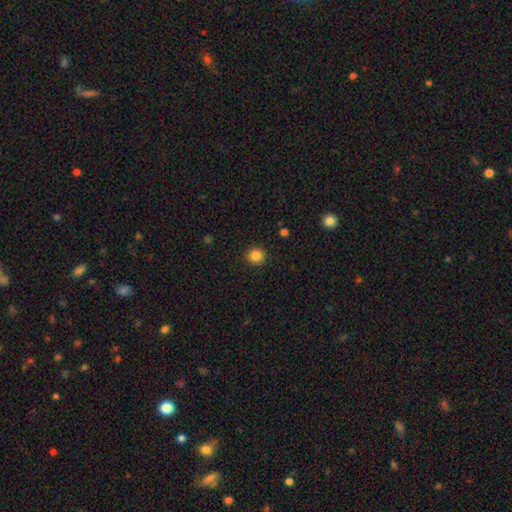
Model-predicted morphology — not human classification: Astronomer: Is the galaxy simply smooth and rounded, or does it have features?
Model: smooth — 85%.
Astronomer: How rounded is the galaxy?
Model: round — 90%.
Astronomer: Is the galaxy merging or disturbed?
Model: none — 91%.